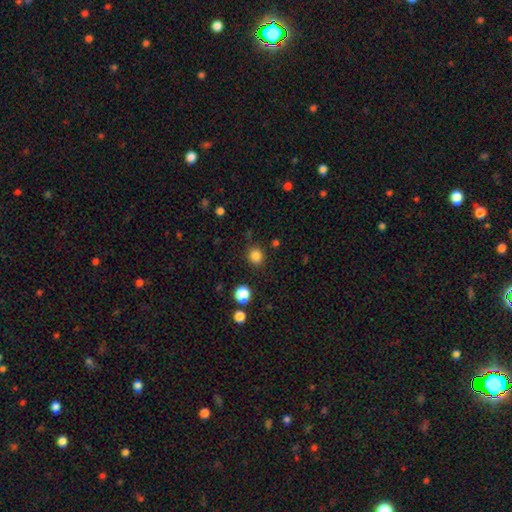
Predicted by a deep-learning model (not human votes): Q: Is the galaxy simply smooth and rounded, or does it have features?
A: smooth — 84%.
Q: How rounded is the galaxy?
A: round — 80%.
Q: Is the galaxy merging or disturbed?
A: none — 84%.